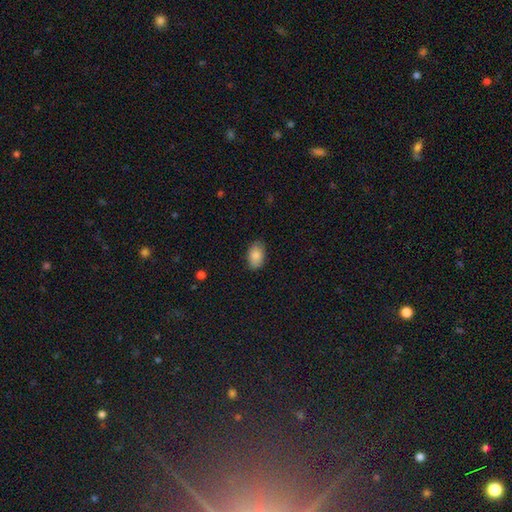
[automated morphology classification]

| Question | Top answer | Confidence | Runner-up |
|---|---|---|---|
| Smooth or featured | smooth | 87% | star or artifact (7%) |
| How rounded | in between | 90% | round (9%) |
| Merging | none | 84% | minor disturbance (12%) |